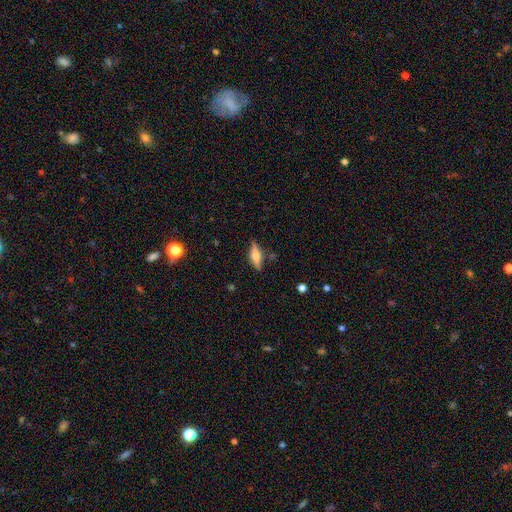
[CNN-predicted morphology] A featured or disk galaxy (54%) viewed edge-on (95%) with a rounded central bulge (81%).

Vote fractions:
- Smooth or featured? featured or disk: 54% / smooth: 38% / star or artifact: 8%
- Edge-on disk? yes: 95% / no: 5%
- Edge-on bulge? rounded: 81% / boxy: 15% / none: 3%
- Merging? none: 83% / minor disturbance: 12% / major disturbance: 3% / merger: 2%